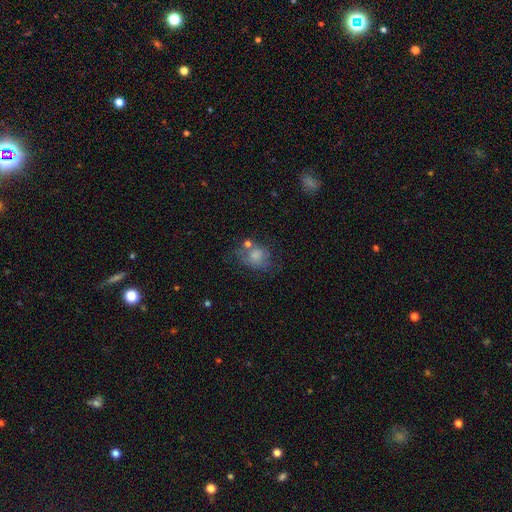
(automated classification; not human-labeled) smooth 68%, featured or disk 22%, star or artifact 10%. Down the decision tree: how rounded — round (53%); merging — none (40%).